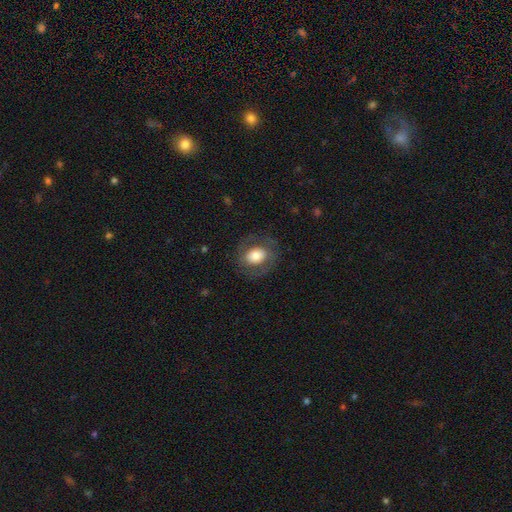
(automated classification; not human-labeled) Smooth or featured? Predicted: smooth (p=0.61). How rounded? Predicted: in between (p=0.50). Merging? Predicted: none (p=0.76).